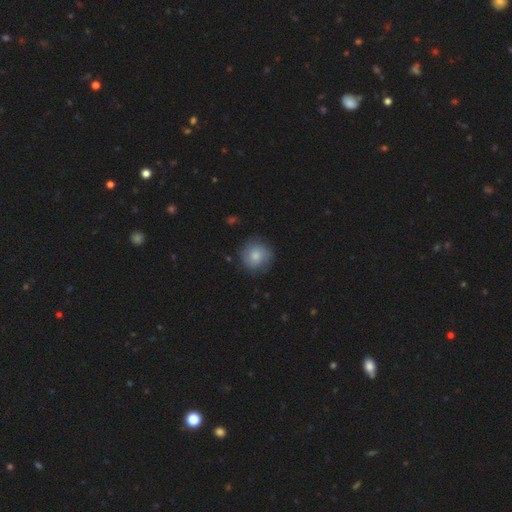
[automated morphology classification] This appears to be a smooth galaxy with no disk features (66%) that is round (92%). Merging: none (80%).